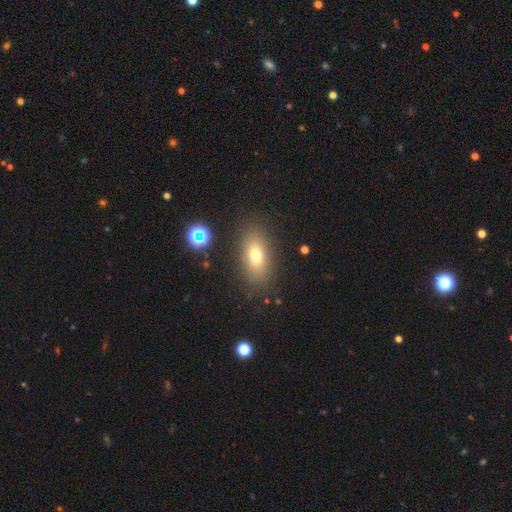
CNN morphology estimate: This appears to be a smooth galaxy with no disk features (71%) that is in between round and cigar-shaped (82%). Merging: none (84%).